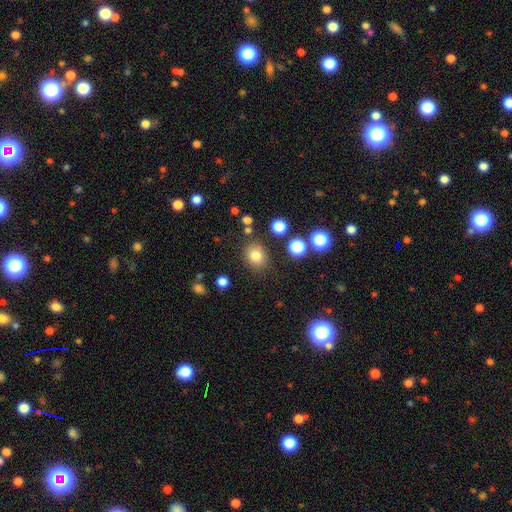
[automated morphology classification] smooth-or-featured: smooth: 79% | star or artifact: 14% | featured or disk: 7%
  how-rounded: round: 68% | in between: 31% | cigar-shaped: 1%
  merging: none: 81% | minor disturbance: 11% | merger: 4% | major disturbance: 4%